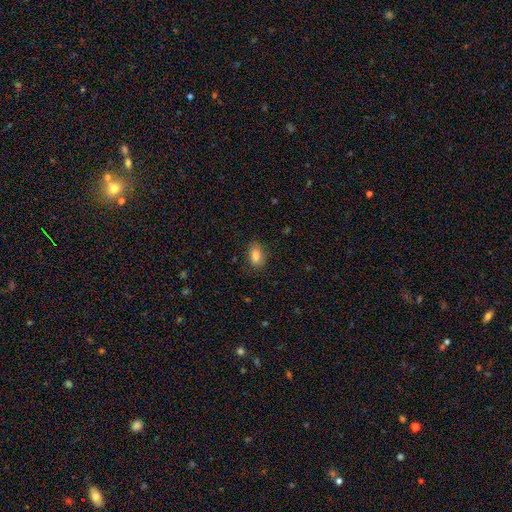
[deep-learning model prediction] smooth-or-featured: smooth: 83% | featured or disk: 8% | star or artifact: 8%
  how-rounded: in between: 89% | round: 8% | cigar-shaped: 3%
  merging: none: 79% | minor disturbance: 16% | major disturbance: 4% | merger: 1%